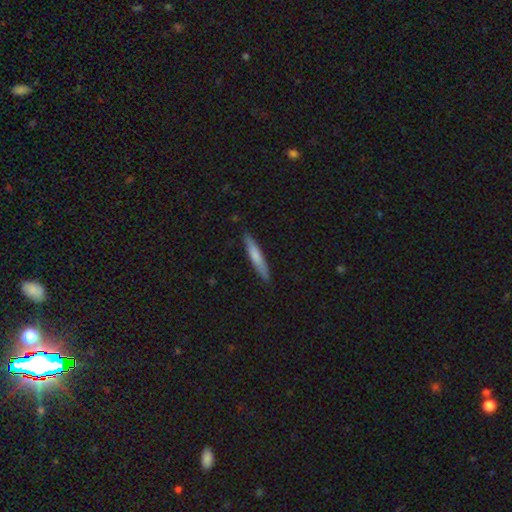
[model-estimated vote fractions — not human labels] Smooth or featured: smooth — 71% (featured or disk — 24%)
How rounded: cigar-shaped — 93% (in between — 5%)
Merging: none — 89% (minor disturbance — 8%)